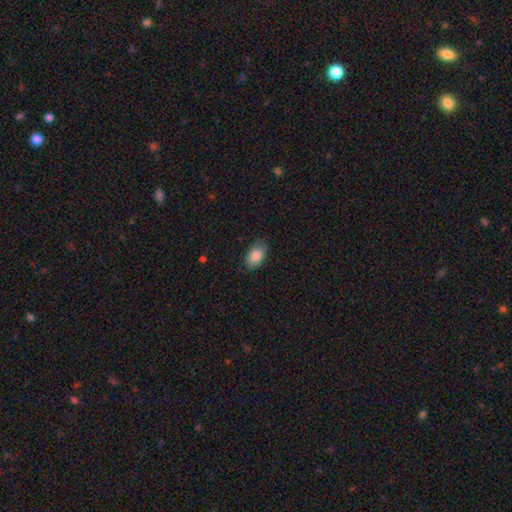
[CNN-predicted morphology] This appears to be a smooth galaxy with no disk features (86%) that is in between round and cigar-shaped (90%). Merging: none (75%).